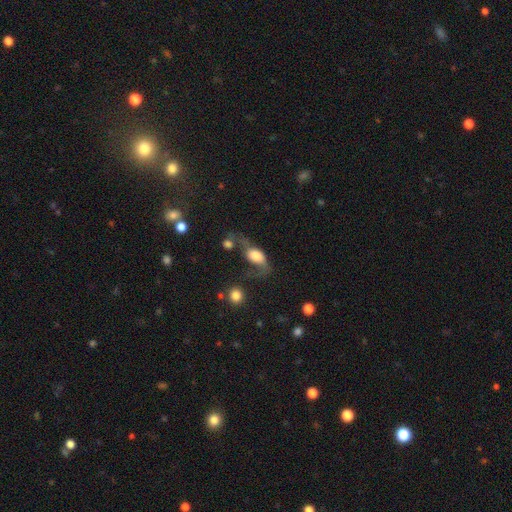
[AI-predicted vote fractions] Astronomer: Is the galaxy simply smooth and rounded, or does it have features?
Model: smooth — 56% (runner-up: featured or disk, 36%).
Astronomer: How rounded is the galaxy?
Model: in between — 81%.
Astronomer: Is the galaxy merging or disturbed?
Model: major disturbance — 38% (runner-up: none, 28%).